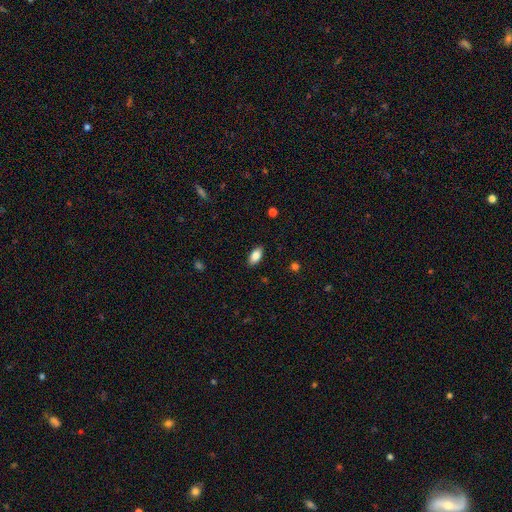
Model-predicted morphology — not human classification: This is clearly a smooth galaxy (85%). How rounded: clearly in between (91%). Merging: clearly none (88%).